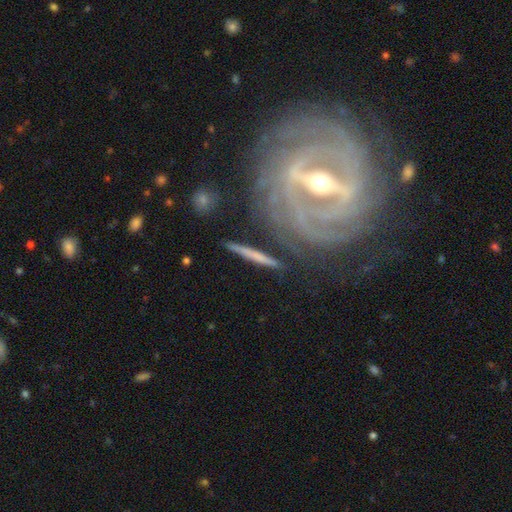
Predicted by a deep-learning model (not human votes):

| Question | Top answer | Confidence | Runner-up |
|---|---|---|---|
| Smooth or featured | featured or disk | 55% | smooth (37%) |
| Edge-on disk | yes | 72% | no (28%) |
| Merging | none | 80% | minor disturbance (11%) |